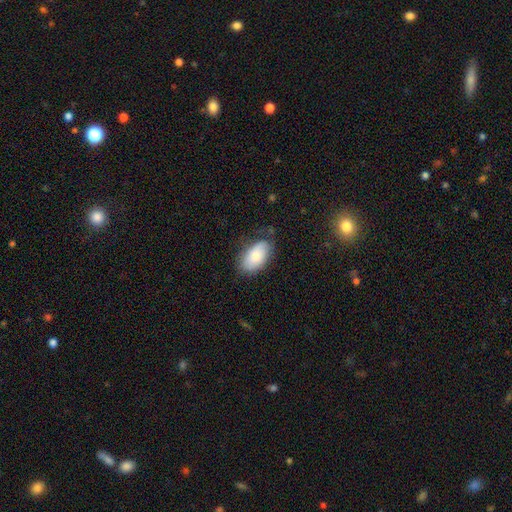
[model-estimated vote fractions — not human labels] Morphology: type=smooth (79%); roundness=in between (94%); merging=none (65%).